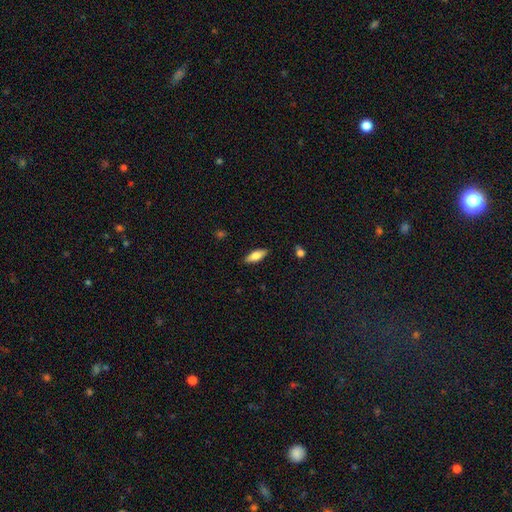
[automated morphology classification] The model was most divided on "how rounded": in between: 68%, cigar-shaped: 30%, round: 2%. More confident: merging — none (87%); smooth or featured — smooth (72%).